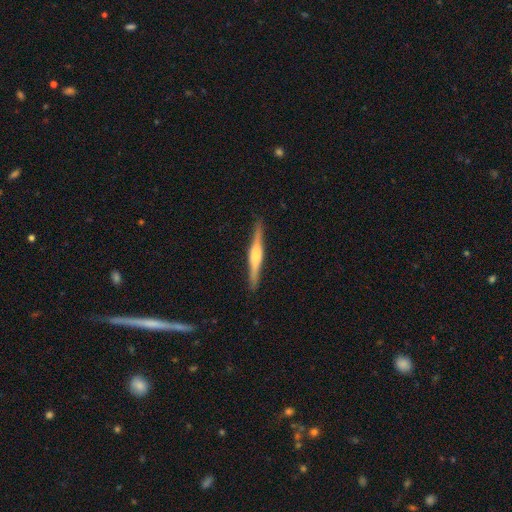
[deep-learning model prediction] The model was most divided on "smooth or featured": featured or disk: 73%, smooth: 22%, star or artifact: 5%. More confident: edge-on disk — yes (98%); merging — none (90%); edge-on bulge — rounded (76%).